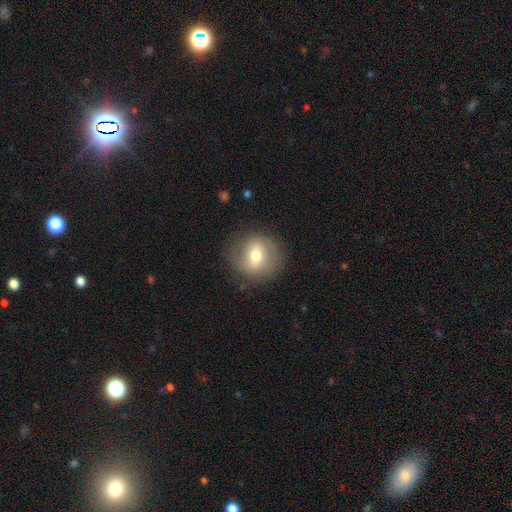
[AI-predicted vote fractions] smooth-or-featured: smooth: 54% | featured or disk: 37% | star or artifact: 9%
  how-rounded: round: 85% | in between: 14% | cigar-shaped: 1%
  merging: none: 82% | minor disturbance: 12% | major disturbance: 5% | merger: 1%